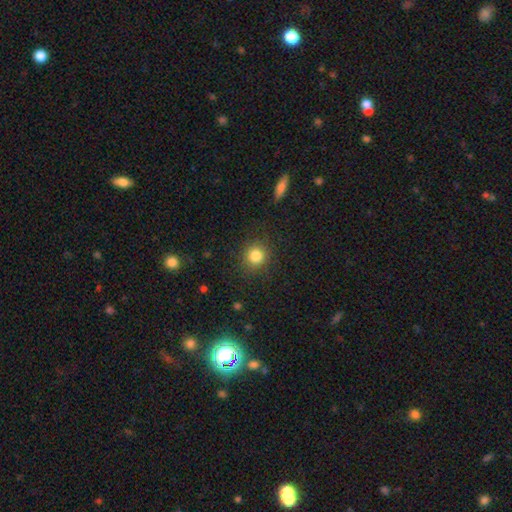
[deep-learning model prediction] Smooth or featured?
  - smooth: 82% *
  - star or artifact: 12%
  - featured or disk: 6%
How rounded?
  - round: 87% *
  - in between: 12%
  - cigar-shaped: 1%
Merging?
  - none: 87% *
  - minor disturbance: 9%
  - major disturbance: 3%
  - merger: 1%